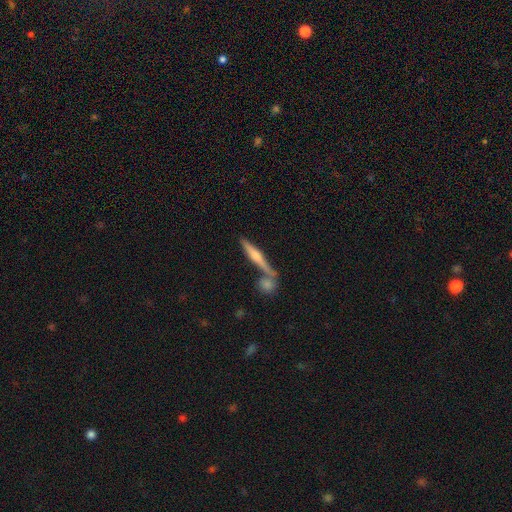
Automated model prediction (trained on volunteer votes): smooth-or-featured: featured or disk: 67% | smooth: 25% | star or artifact: 7%
  disk-edge-on: yes: 96% | no: 4%
    edge-on-bulge: rounded: 80% | none: 10% | boxy: 10%
  merging: none: 70% | merger: 18% | minor disturbance: 9% | major disturbance: 3%